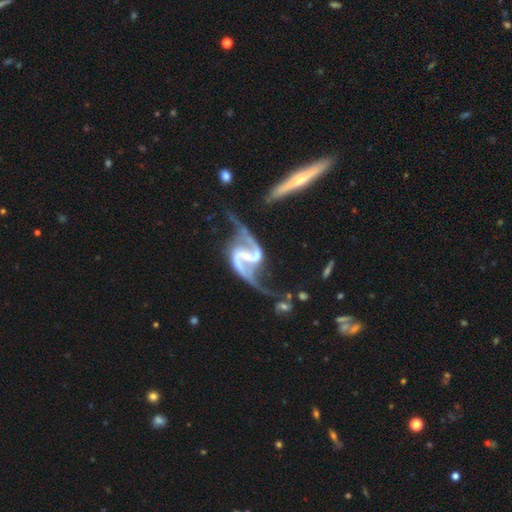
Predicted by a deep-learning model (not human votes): This appears to be a featured or disk galaxy (93%) with a strong bar (46%), 2 (94%) loose (64%) spiral arms (98%) and no central bulge (47%). Merging: none (45%).